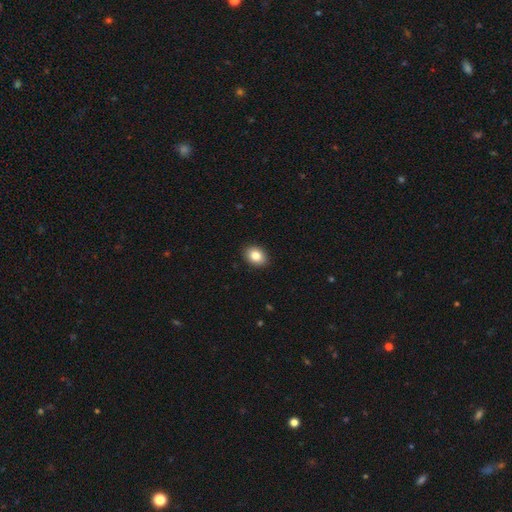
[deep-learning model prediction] smooth-or-featured: smooth: 85% | star or artifact: 8% | featured or disk: 7%
  how-rounded: in between: 70% | round: 29% | cigar-shaped: 1%
  merging: none: 91% | minor disturbance: 7% | major disturbance: 2% | merger: 1%